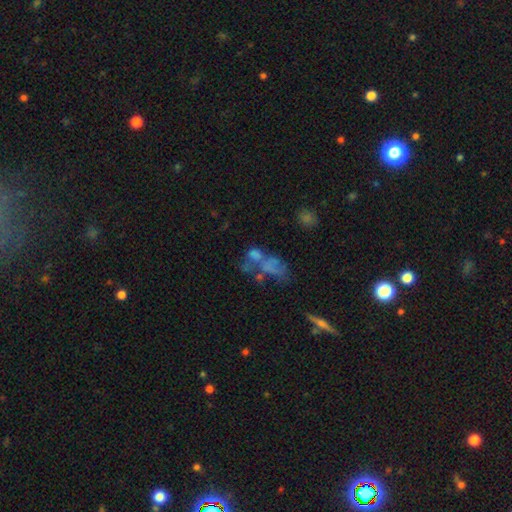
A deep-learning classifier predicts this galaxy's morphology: smooth_or_featured: smooth (p=0.45) [alt: featured or disk p=0.36]
merging: merger (p=0.44) [alt: major disturbance p=0.23]